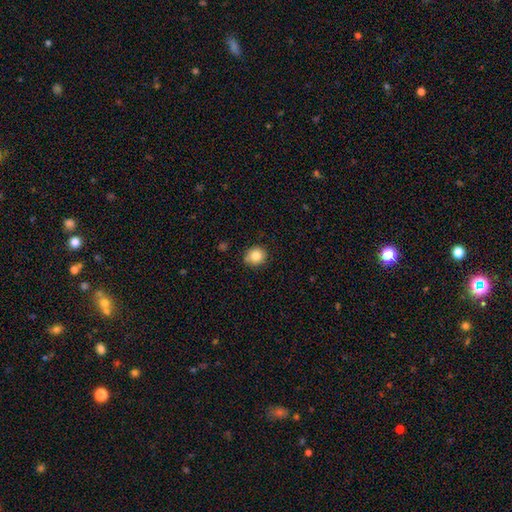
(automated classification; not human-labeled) This appears to be a smooth galaxy with no disk features (84%) that is round (87%). Merging: none (83%).